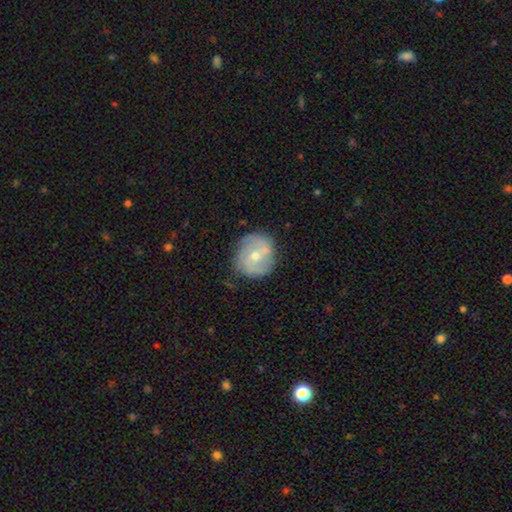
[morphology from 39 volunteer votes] featured or disk 72%, smooth 23%, star or artifact 5%. Down the decision tree: edge-on disk — no (96%); bar — no (63%); spiral arms — yes (74%); spiral arm count — 2 (80%); spiral winding — medium (45%); bulge size — moderate (67%); merging — none (68%).